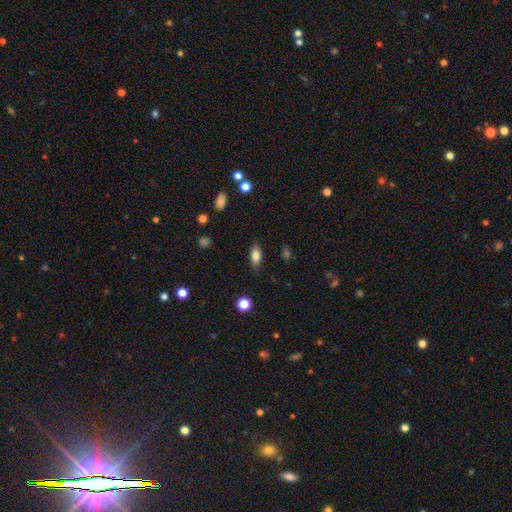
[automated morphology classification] Smooth or featured: smooth — 77% (featured or disk — 14%)
How rounded: in between — 81% (cigar-shaped — 14%)
Merging: none — 83% (minor disturbance — 12%)